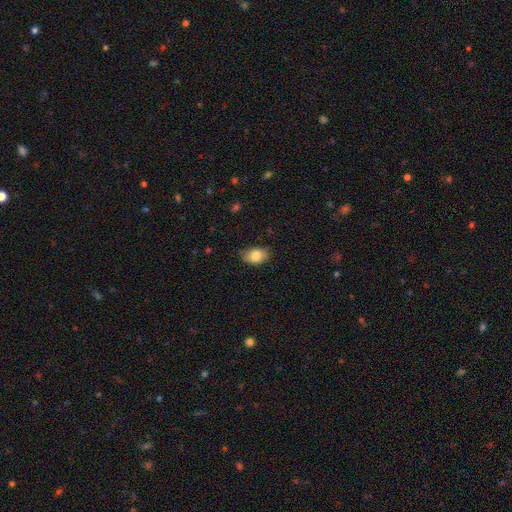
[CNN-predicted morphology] Smooth or featured? smooth (83%)
How rounded? in between (83%)
Merging? none (73%)